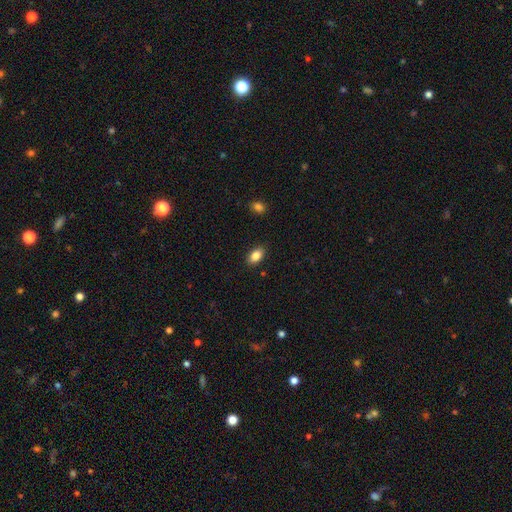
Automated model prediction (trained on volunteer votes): Smooth or featured? smooth (85%)
How rounded? in between (90%)
Merging? none (88%)